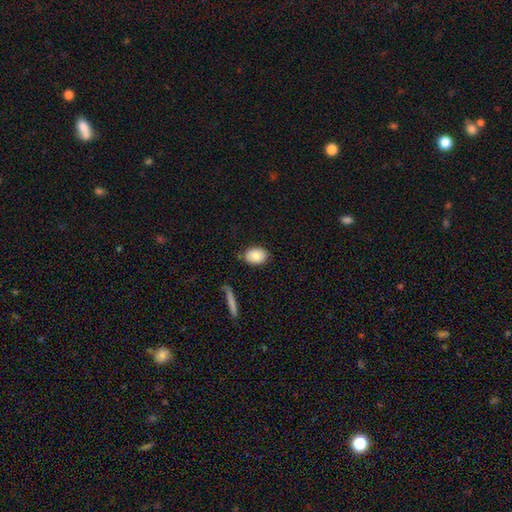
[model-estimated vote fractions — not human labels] This is likely a smooth galaxy (80%). How rounded: likely in between (76%). Merging: clearly none (82%).